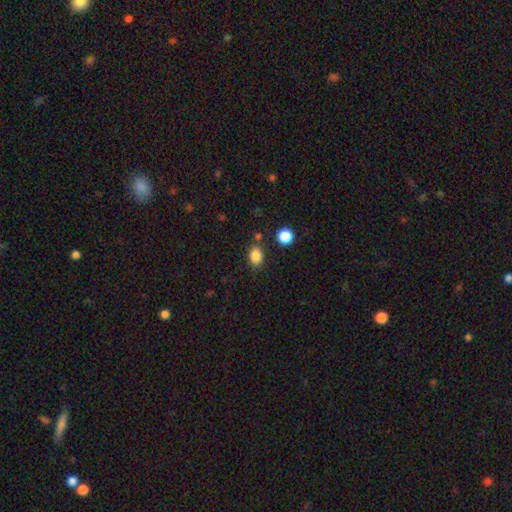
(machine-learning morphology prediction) Q: Smooth or featured?
A: smooth (86%); runner-up: star or artifact (10%)
Q: How rounded?
A: in between (77%); runner-up: round (22%)
Q: Merging?
A: none (78%); runner-up: minor disturbance (12%)